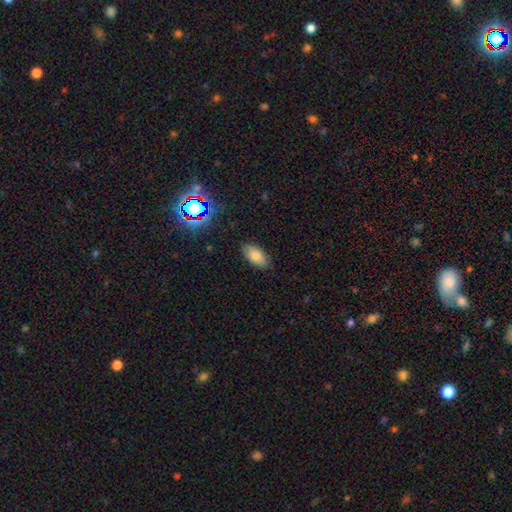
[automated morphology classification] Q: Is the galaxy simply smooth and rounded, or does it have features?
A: smooth — 83%.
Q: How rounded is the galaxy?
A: in between — 93%.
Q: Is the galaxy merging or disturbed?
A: none — 85%.